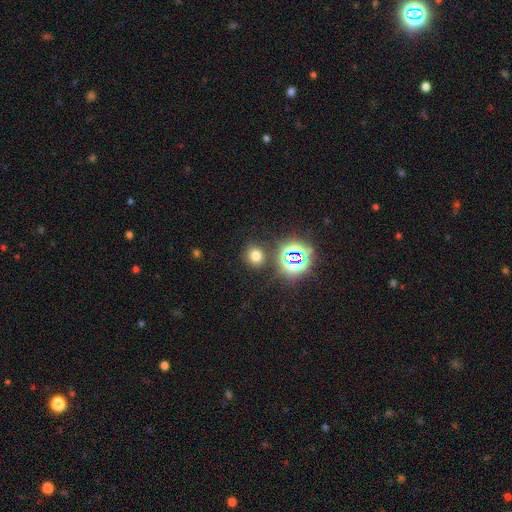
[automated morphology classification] A smooth galaxy with no disk features (66%) that is round (78%). Merging: none (83%).